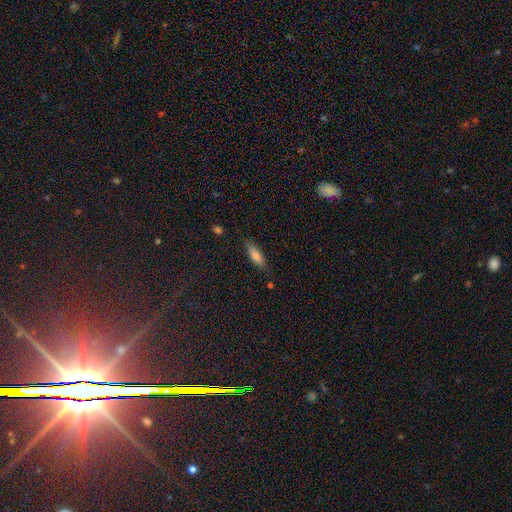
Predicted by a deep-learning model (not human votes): Morphology: type=smooth (72%); roundness=cigar-shaped (58%); merging=none (84%).